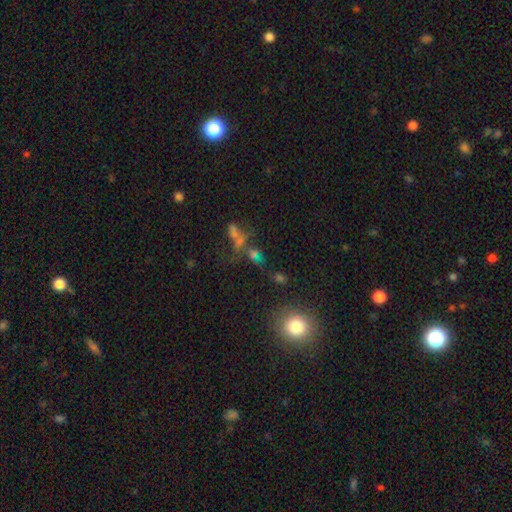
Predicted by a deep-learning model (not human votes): Overall: smooth (46%; star or artifact 33%). Merging: none (43%; merger 28%).